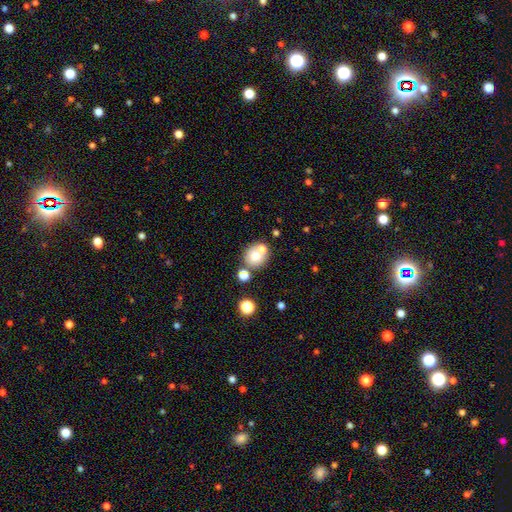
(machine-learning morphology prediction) A smooth galaxy with no disk features (69%) that is round (81%).

Vote fractions:
- Smooth or featured? smooth: 69% / featured or disk: 18% / star or artifact: 13%
- How rounded? round: 81% / in between: 19% / cigar-shaped: 1%
- Merging? none: 57% / merger: 30% / minor disturbance: 9% / major disturbance: 4%